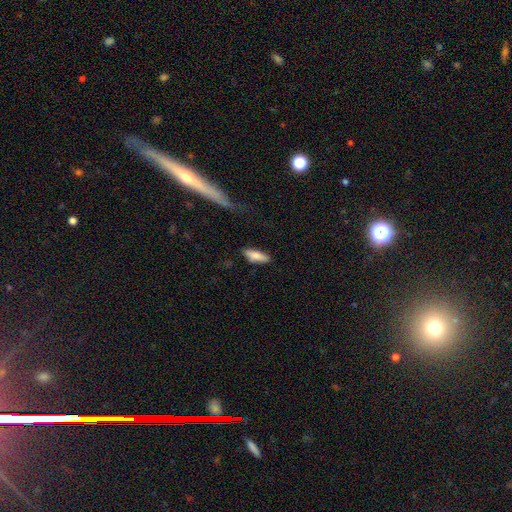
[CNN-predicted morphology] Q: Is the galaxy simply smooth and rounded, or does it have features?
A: smooth — 78%.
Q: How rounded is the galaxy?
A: in between — 57%.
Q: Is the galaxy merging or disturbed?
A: none — 79%.